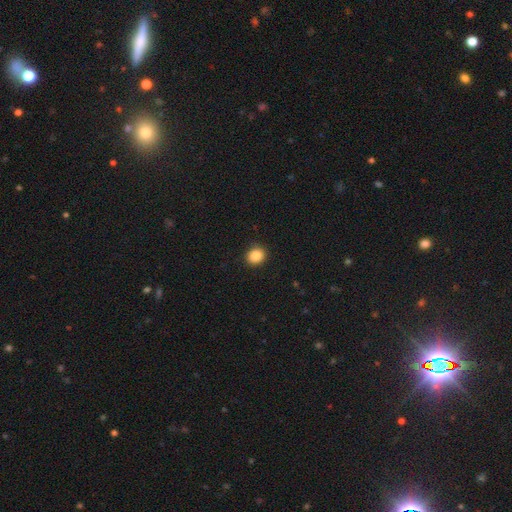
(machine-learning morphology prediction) Smooth or featured? smooth (86%)
How rounded? round (80%)
Merging? none (90%)